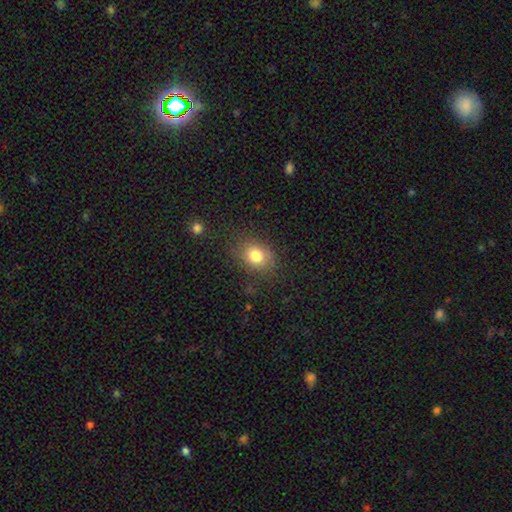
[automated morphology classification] type=smooth (80%); roundness=in between (56%); merging=none (77%).